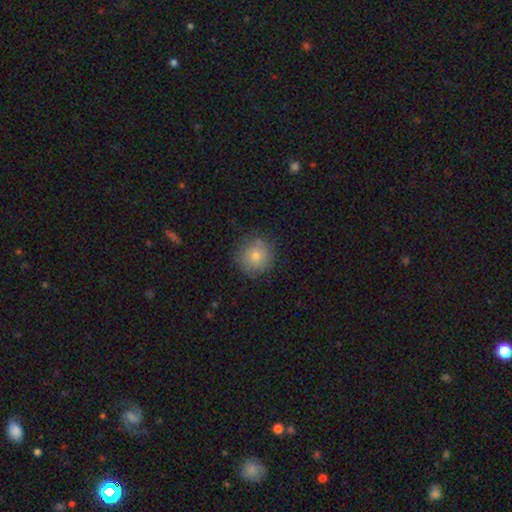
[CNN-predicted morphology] This is likely a smooth galaxy (77%). How rounded: clearly round (95%). Merging: clearly none (87%).